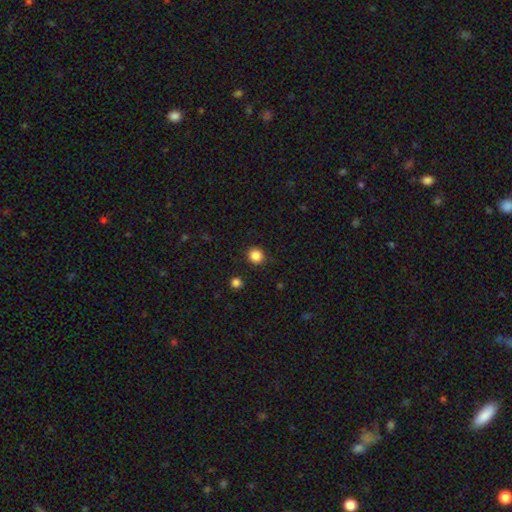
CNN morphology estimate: A smooth galaxy with no disk features (86%) that is round (92%).

Vote fractions:
- Smooth or featured? smooth: 86% / star or artifact: 11% / featured or disk: 3%
- How rounded? round: 92% / in between: 7% / cigar-shaped: 1%
- Merging? none: 90% / minor disturbance: 7% / major disturbance: 2% / merger: 2%